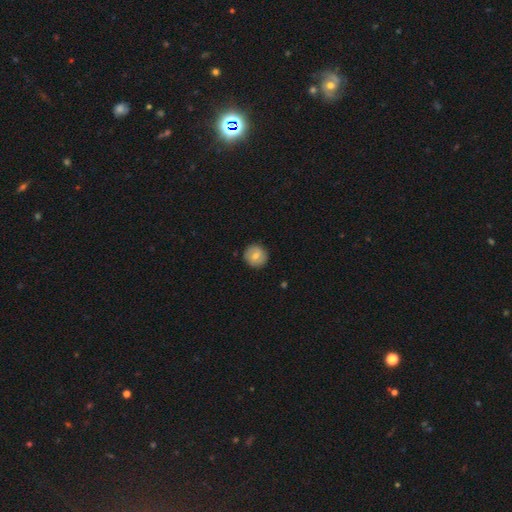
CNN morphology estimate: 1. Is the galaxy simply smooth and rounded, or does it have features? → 70% smooth, 22% featured or disk, 8% star or artifact.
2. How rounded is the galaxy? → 93% round, 6% in between, 1% cigar-shaped.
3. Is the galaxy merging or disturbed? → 89% none, 8% minor disturbance, 2% major disturbance, 1% merger.